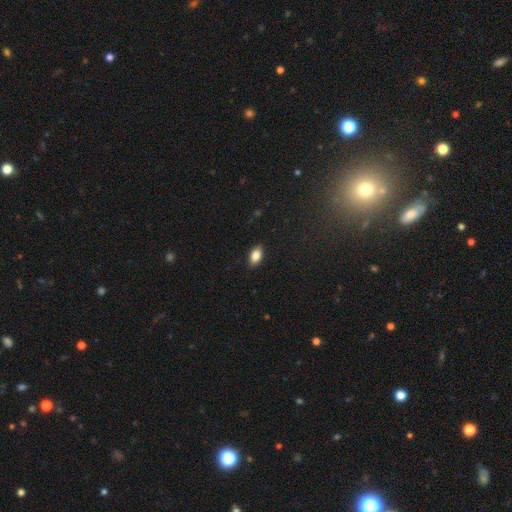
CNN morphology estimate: type=smooth (85%); roundness=in between (91%); merging=none (87%).